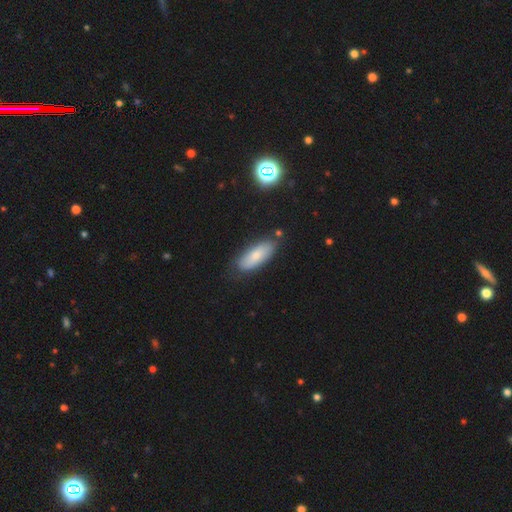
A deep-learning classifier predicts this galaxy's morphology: Smooth or featured?
  - smooth: 74% *
  - featured or disk: 19%
  - star or artifact: 7%
How rounded?
  - in between: 75% *
  - cigar-shaped: 23%
  - round: 2%
Merging?
  - none: 78% *
  - minor disturbance: 16%
  - major disturbance: 3%
  - merger: 3%